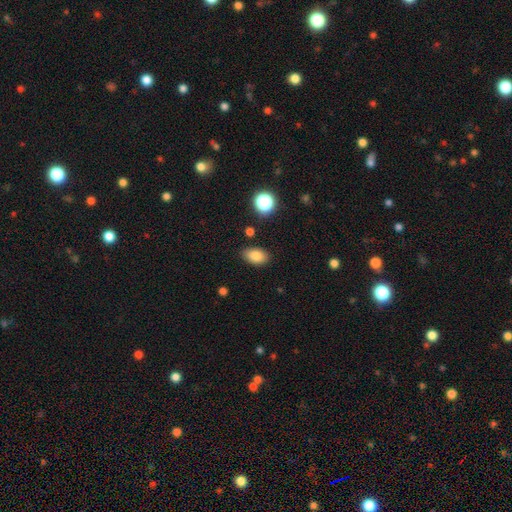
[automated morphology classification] Smooth or featured: smooth — 84% (star or artifact — 10%)
How rounded: in between — 89% (round — 10%)
Merging: none — 84% (minor disturbance — 11%)